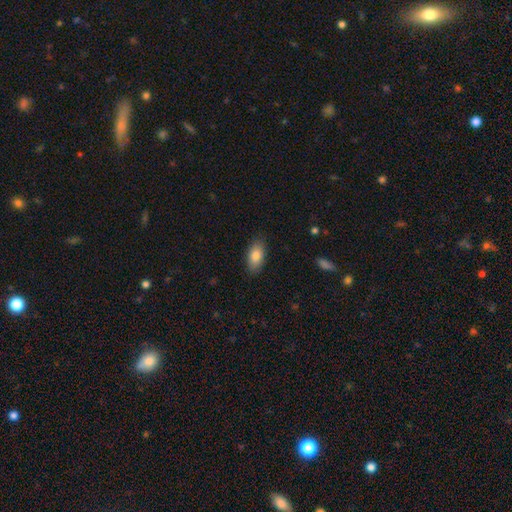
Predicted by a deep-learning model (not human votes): Overall: smooth (83%). How rounded: in between (91%). Merging: none (87%).